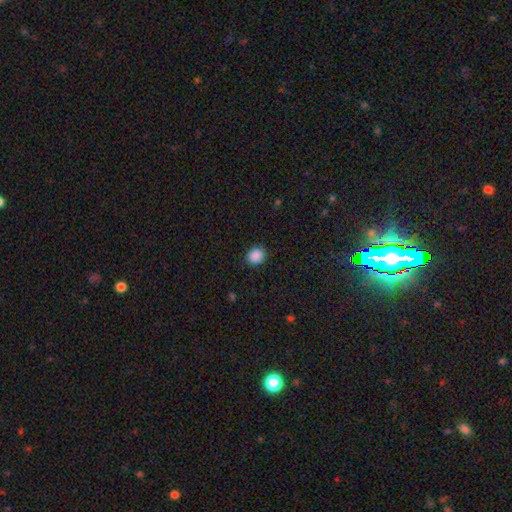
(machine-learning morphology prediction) This appears to be a smooth galaxy with no disk features (88%) that is round (74%). Merging: none (90%).